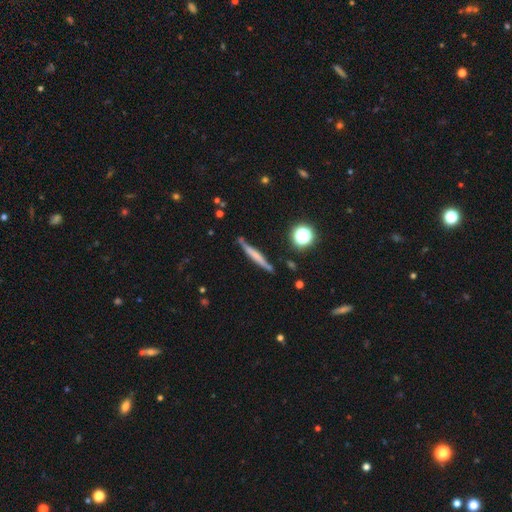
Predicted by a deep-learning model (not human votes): This appears to be a smooth galaxy with no disk features (47%). Merging: none (81%).